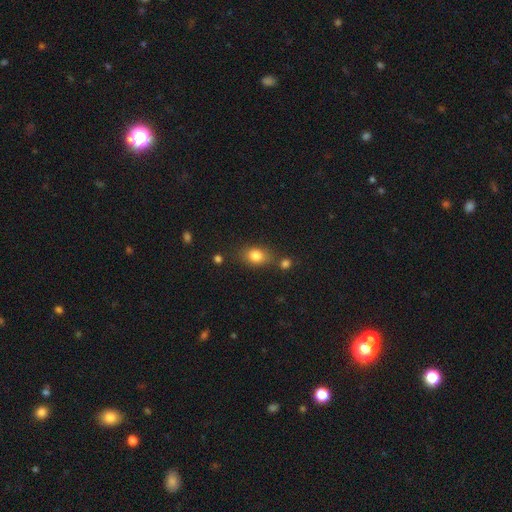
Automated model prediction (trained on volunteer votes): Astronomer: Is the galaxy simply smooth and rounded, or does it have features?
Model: smooth — 81%.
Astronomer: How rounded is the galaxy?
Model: in between — 64%.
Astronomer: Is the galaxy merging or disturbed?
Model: none — 69%.